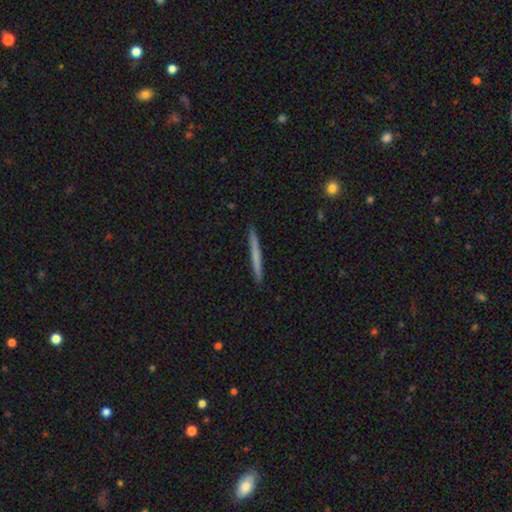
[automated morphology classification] A smooth galaxy with no disk features (60%) that is cigar-shaped (97%).

Vote fractions:
- Smooth or featured? smooth: 60% / featured or disk: 35% / star or artifact: 6%
- How rounded? cigar-shaped: 97% / in between: 2% / round: 1%
- Merging? none: 92% / minor disturbance: 5% / major disturbance: 1% / merger: 1%